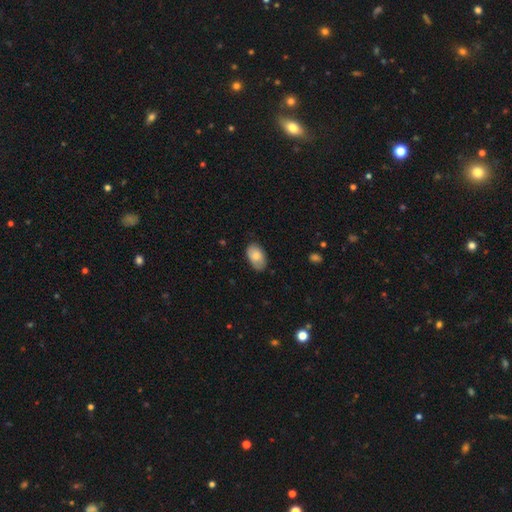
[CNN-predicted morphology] type=smooth (78%); roundness=in between (93%); merging=none (74%).